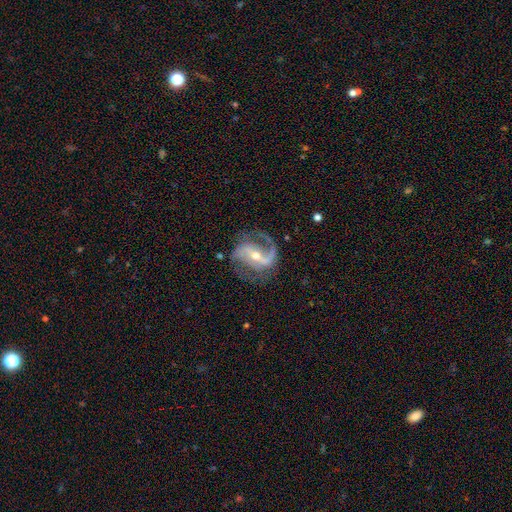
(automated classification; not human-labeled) Q: Smooth or featured?
A: featured or disk (91%); runner-up: star or artifact (5%)
Q: Edge-on disk?
A: no (97%); runner-up: yes (3%)
Q: Bar?
A: strong (49%); runner-up: weak (35%)
Q: Spiral arms?
A: yes (97%); runner-up: no (3%)
Q: Spiral winding?
A: medium (50%); runner-up: loose (37%)
Q: Spiral arm count?
A: 2 (81%); runner-up: 1 (11%)
Q: Bulge size?
A: moderate (49%); runner-up: small (48%)
Q: Merging?
A: none (69%); runner-up: minor disturbance (17%)